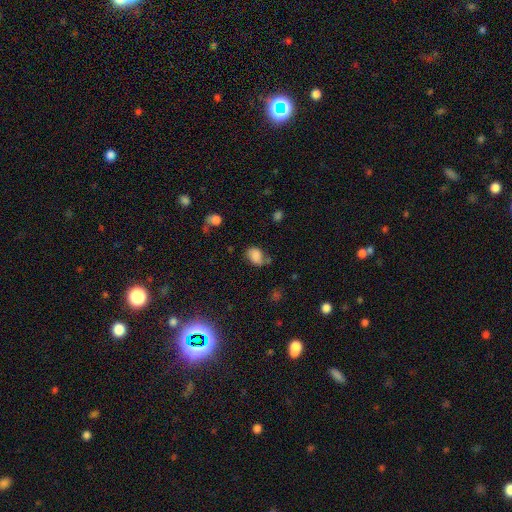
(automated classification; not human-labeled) A smooth galaxy with no disk features (76%) that is in between round and cigar-shaped (78%).

Vote fractions:
- Smooth or featured? smooth: 76% / featured or disk: 12% / star or artifact: 12%
- How rounded? in between: 78% / round: 20% / cigar-shaped: 1%
- Merging? none: 49% / minor disturbance: 30% / major disturbance: 14% / merger: 7%